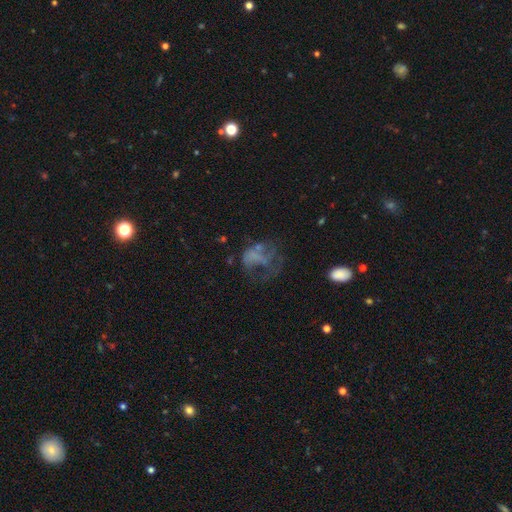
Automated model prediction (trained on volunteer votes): Morphology: type=featured or disk (45%); merging=major disturbance (52%).